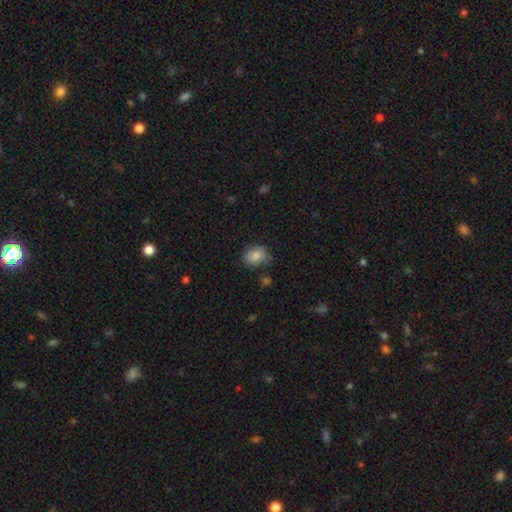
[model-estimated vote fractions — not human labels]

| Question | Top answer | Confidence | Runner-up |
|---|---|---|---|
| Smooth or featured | smooth | 83% | star or artifact (8%) |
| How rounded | in between | 53% | round (46%) |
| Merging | none | 67% | minor disturbance (24%) |